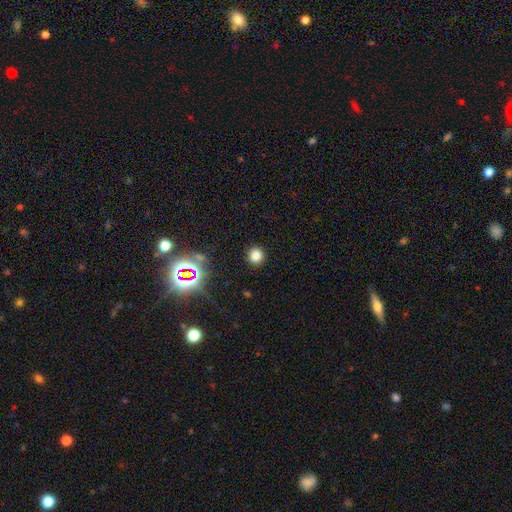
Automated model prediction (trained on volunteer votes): A smooth galaxy with no disk features (77%) that is round (92%). Merging: none (91%).